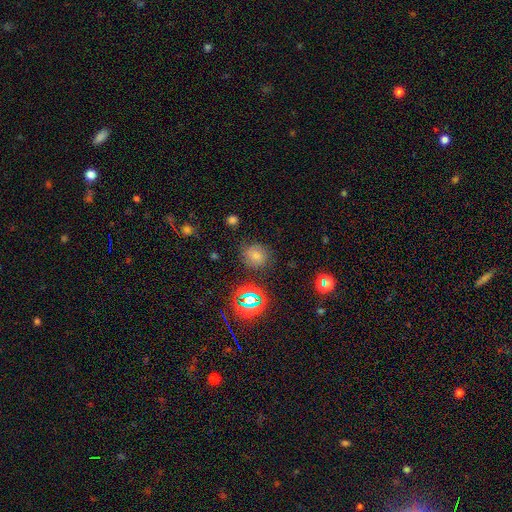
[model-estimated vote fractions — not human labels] Smooth or featured: smooth — 64% (star or artifact — 24%)
How rounded: round — 82% (in between — 17%)
Merging: none — 75% (minor disturbance — 17%)